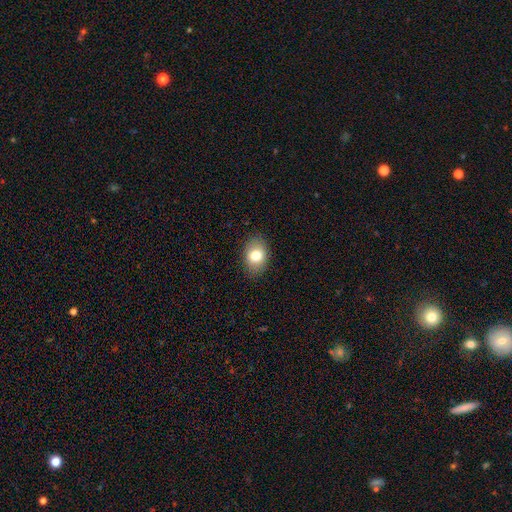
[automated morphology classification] type=smooth (79%); roundness=in between (80%); merging=none (86%).